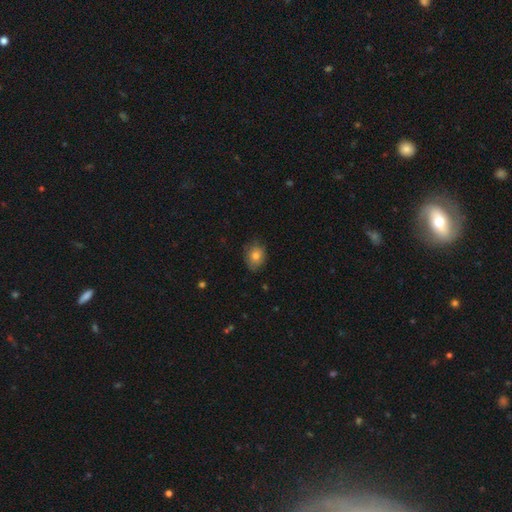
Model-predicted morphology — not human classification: Smooth or featured? smooth (79%)
How rounded? round (53%)
Merging? none (75%)